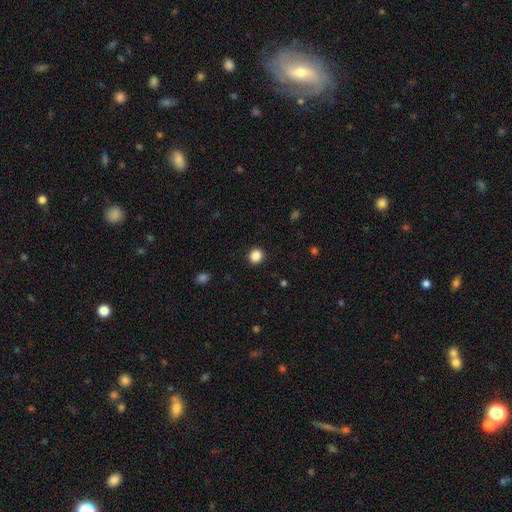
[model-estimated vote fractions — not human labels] Morphology: type=smooth (87%); roundness=round (91%); merging=none (92%).